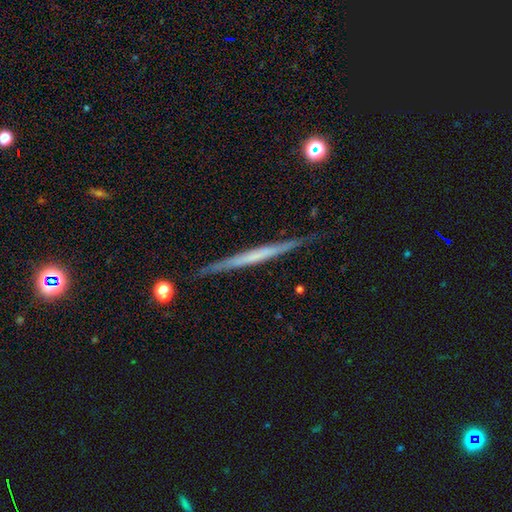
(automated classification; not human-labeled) smooth_or_featured: featured or disk (p=0.61) [alt: smooth p=0.32]
disk_edge_on: yes (p=0.97) [alt: no p=0.03]
edge_on_bulge: none (p=0.84) [alt: rounded p=0.09]
merging: none (p=0.87) [alt: minor disturbance p=0.09]